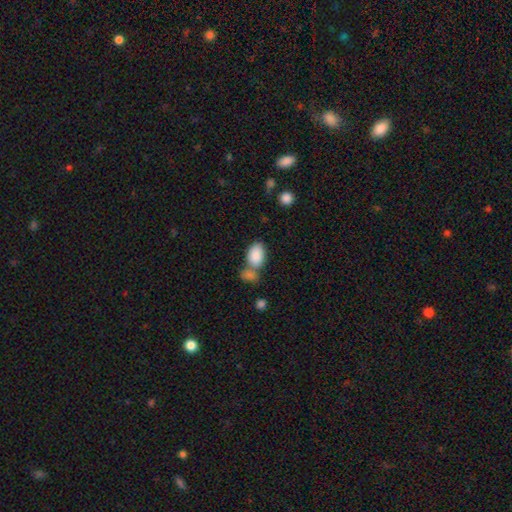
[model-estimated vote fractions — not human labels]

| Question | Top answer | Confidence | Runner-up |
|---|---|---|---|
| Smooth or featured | smooth | 87% | star or artifact (7%) |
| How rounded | in between | 90% | round (9%) |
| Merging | none | 43% | merger (40%) |